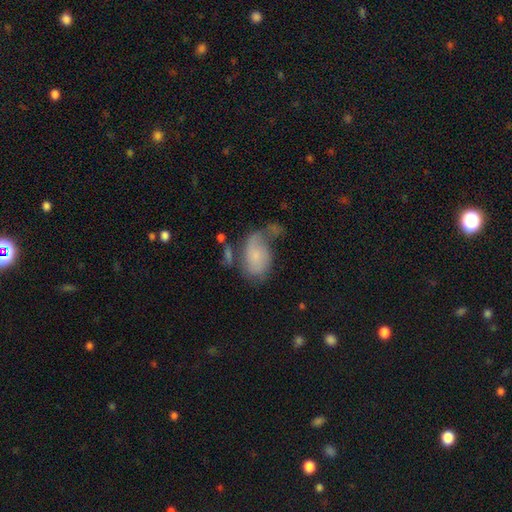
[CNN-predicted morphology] Smooth or featured?
  - smooth: 54% *
  - featured or disk: 37%
  - star or artifact: 9%
How rounded?
  - in between: 88% *
  - round: 10%
  - cigar-shaped: 2%
Merging?
  - none: 29% * (tied)
  - major disturbance: 29% * (tied)
  - minor disturbance: 24%
  - merger: 18%